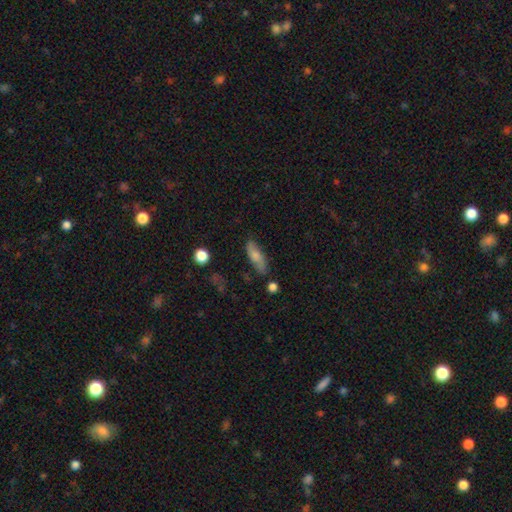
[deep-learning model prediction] Smooth or featured: smooth — 70% (featured or disk — 23%)
How rounded: in between — 59% (cigar-shaped — 38%)
Merging: none — 76% (minor disturbance — 17%)